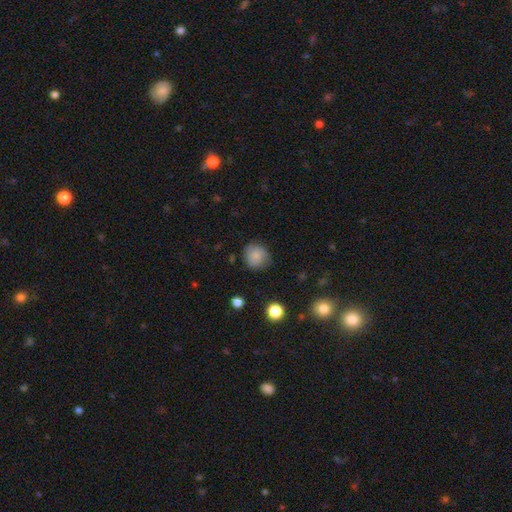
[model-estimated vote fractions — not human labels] smooth-or-featured: smooth: 76% | featured or disk: 15% | star or artifact: 9%
  how-rounded: round: 86% | in between: 13% | cigar-shaped: 1%
  merging: none: 78% | minor disturbance: 16% | major disturbance: 4% | merger: 1%